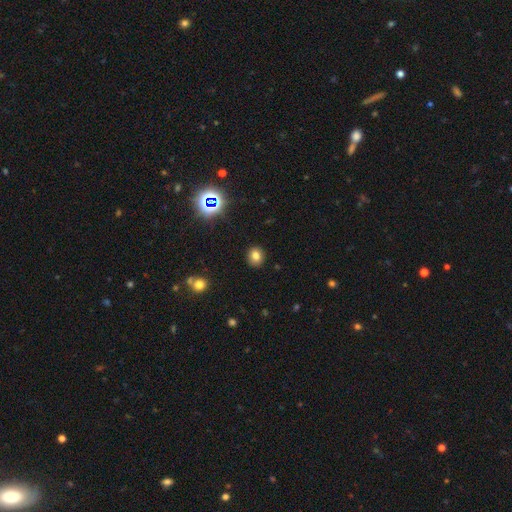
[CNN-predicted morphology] Smooth or featured?
  - smooth: 77% *
  - star or artifact: 15%
  - featured or disk: 8%
How rounded?
  - round: 79% *
  - in between: 20%
  - cigar-shaped: 1%
Merging?
  - none: 90% *
  - minor disturbance: 6%
  - major disturbance: 2%
  - merger: 1%